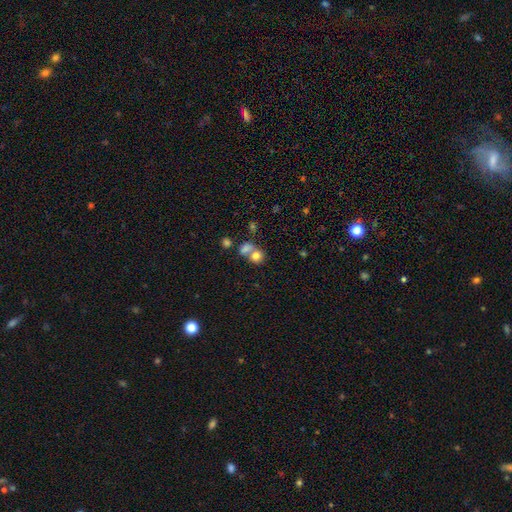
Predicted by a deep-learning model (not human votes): Smooth or featured? smooth (75%)
How rounded? round (76%)
Merging? merger (51%)